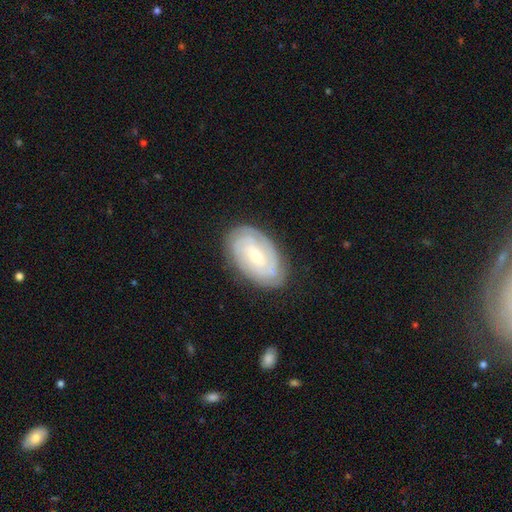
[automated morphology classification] Smooth or featured?
  - featured or disk: 77% *
  - smooth: 18%
  - star or artifact: 6%
Edge-on disk?
  - no: 96% *
  - yes: 4%
Bar?
  - weak: 46% *
  - no: 39%
  - strong: 15%
Spiral arms?
  - yes: 92% *
  - no: 8%
Spiral winding?
  - tight: 74% *
  - medium: 21%
  - loose: 5%
Spiral arm count?
  - 2: 36% * (tied)
  - can't tell: 36% * (tied)
  - 3: 15%
  - 4: 6%
  - 1: 4%
  - more than 4: 4%
Bulge size?
  - small: 54% *
  - moderate: 41%
  - large: 3%
  - none: 2%
  - dominant: 1%
Merging?
  - none: 80% *
  - minor disturbance: 15%
  - major disturbance: 4%
  - merger: 1%